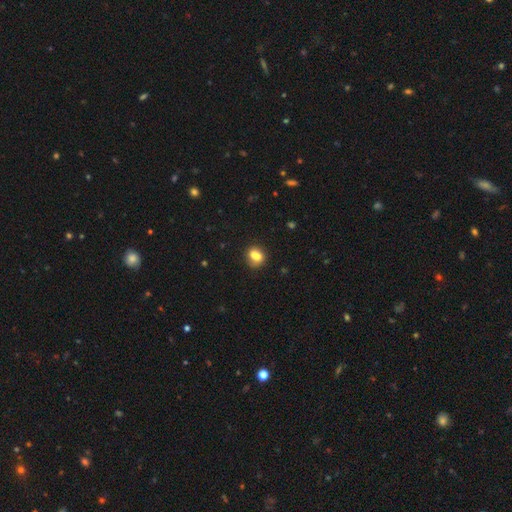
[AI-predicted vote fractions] A smooth galaxy with no disk features (75%) that is round (54%).

Vote fractions:
- Smooth or featured? smooth: 75% / featured or disk: 15% / star or artifact: 10%
- How rounded? round: 54% / in between: 44% / cigar-shaped: 2%
- Merging? none: 43% / merger: 38% / minor disturbance: 13% / major disturbance: 5%